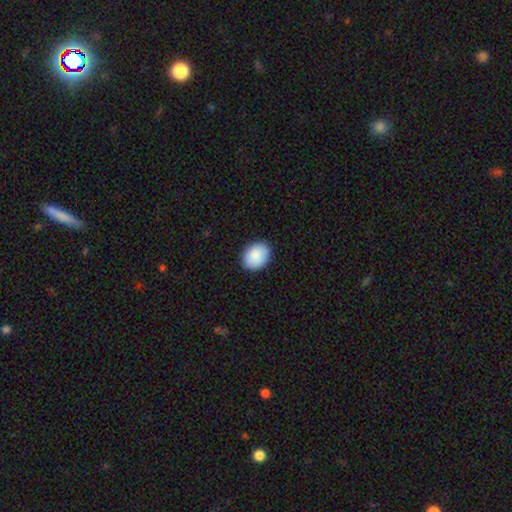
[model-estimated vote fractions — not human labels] Overall: smooth (90%). How rounded: in between (62%; round 37%). Merging: none (89%).